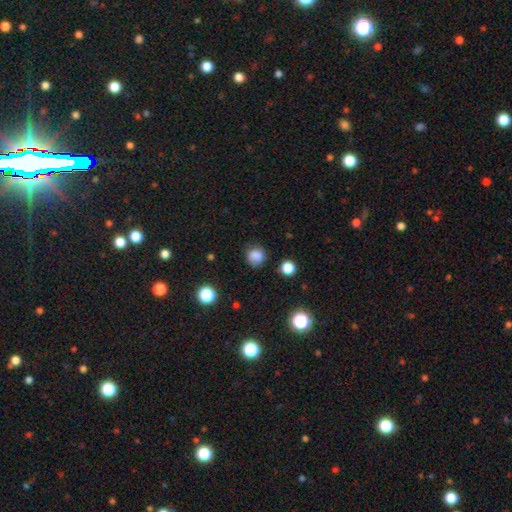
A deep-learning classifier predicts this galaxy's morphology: Smooth or featured? smooth (81%)
How rounded? round (76%)
Merging? none (76%)